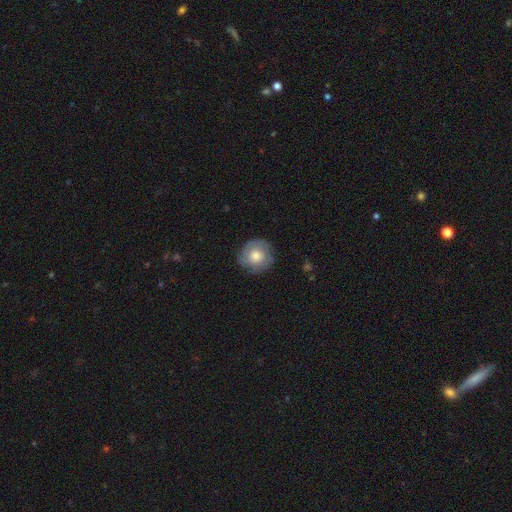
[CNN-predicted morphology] Q: Smooth or featured?
A: smooth (50%); runner-up: featured or disk (43%)
Q: How rounded?
A: round (89%); runner-up: in between (10%)
Q: Merging?
A: none (79%); runner-up: minor disturbance (15%)